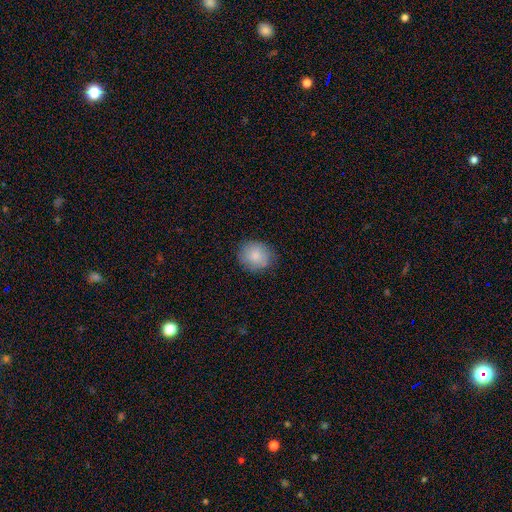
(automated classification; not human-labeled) smooth-or-featured: smooth: 83% | featured or disk: 10% | star or artifact: 7%
  how-rounded: round: 76% | in between: 23% | cigar-shaped: 1%
  merging: none: 83% | minor disturbance: 13% | major disturbance: 3% | merger: 1%